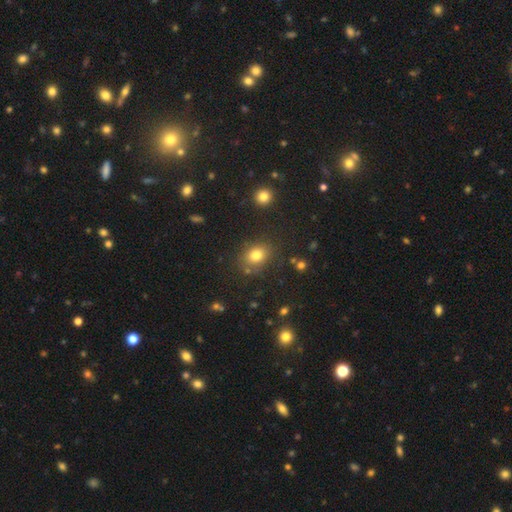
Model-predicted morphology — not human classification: This is likely a smooth galaxy (79%). How rounded: possibly round (50%). Merging: likely none (79%).